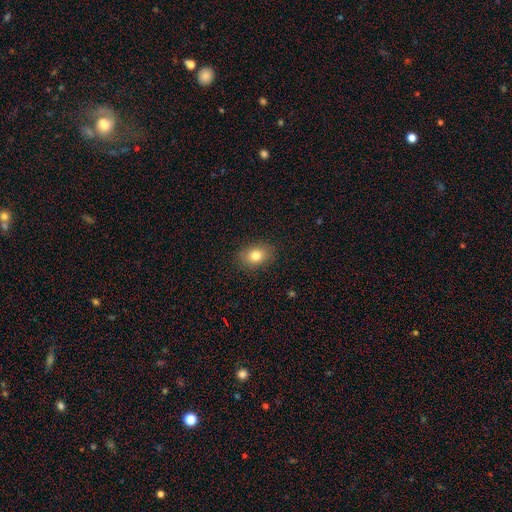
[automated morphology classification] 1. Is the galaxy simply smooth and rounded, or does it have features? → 80% smooth, 10% featured or disk, 10% star or artifact.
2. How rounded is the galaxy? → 70% in between, 29% round, 1% cigar-shaped.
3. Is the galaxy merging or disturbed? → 88% none, 9% minor disturbance, 2% major disturbance, 1% merger.